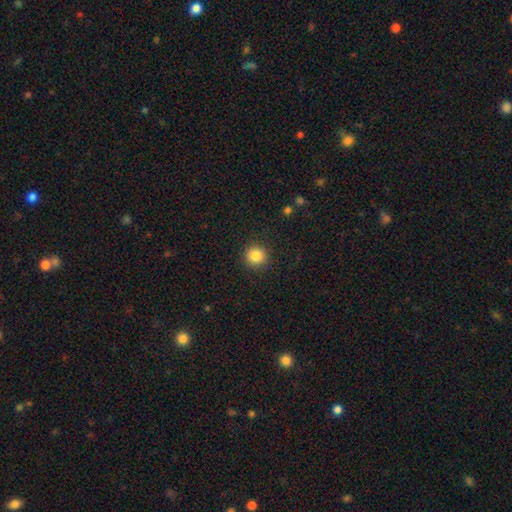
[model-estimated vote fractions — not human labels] A smooth galaxy with no disk features (84%) that is round (94%).

Vote fractions:
- Smooth or featured? smooth: 84% / star or artifact: 11% / featured or disk: 5%
- How rounded? round: 94% / in between: 5% / cigar-shaped: 1%
- Merging? none: 91% / minor disturbance: 6% / major disturbance: 2% / merger: 1%